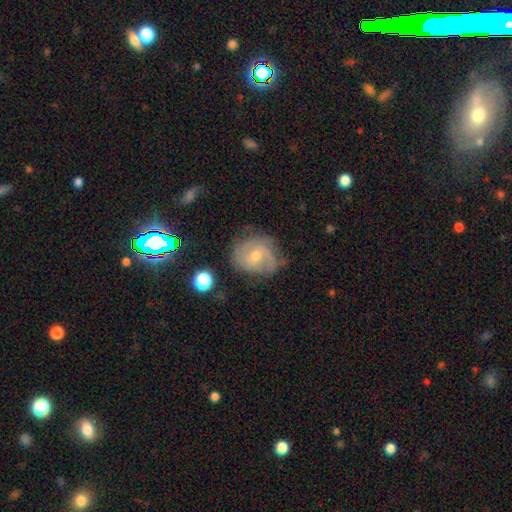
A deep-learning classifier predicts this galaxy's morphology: Q: Smooth or featured?
A: featured or disk (71%); runner-up: smooth (18%)
Q: Edge-on disk?
A: no (97%); runner-up: yes (3%)
Q: Bar?
A: no (57%); runner-up: weak (36%)
Q: Spiral arms?
A: yes (92%); runner-up: no (8%)
Q: Spiral winding?
A: tight (44%); runner-up: medium (40%)
Q: Spiral arm count?
A: 2 (40%); runner-up: can't tell (27%)
Q: Bulge size?
A: small (48%); tied with: moderate (48%)
Q: Merging?
A: none (69%); runner-up: minor disturbance (21%)